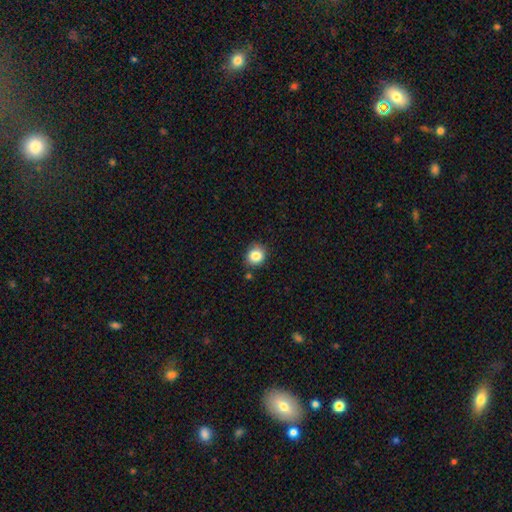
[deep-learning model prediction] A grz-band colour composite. It shows a smooth galaxy with no disk features (85%) that is round (83%). Merging: none (78%).